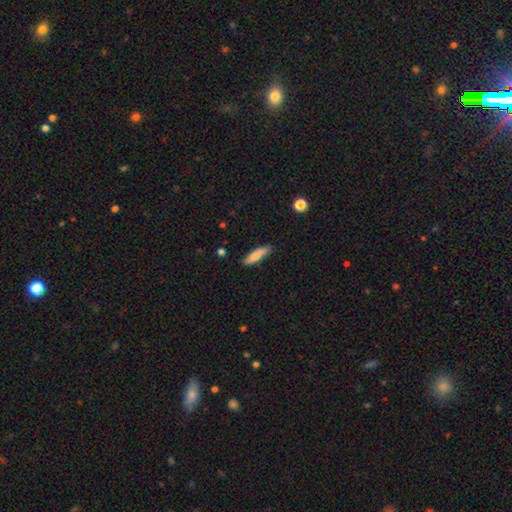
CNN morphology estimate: Overall: smooth (77%). How rounded: cigar-shaped (70%). Merging: none (81%).